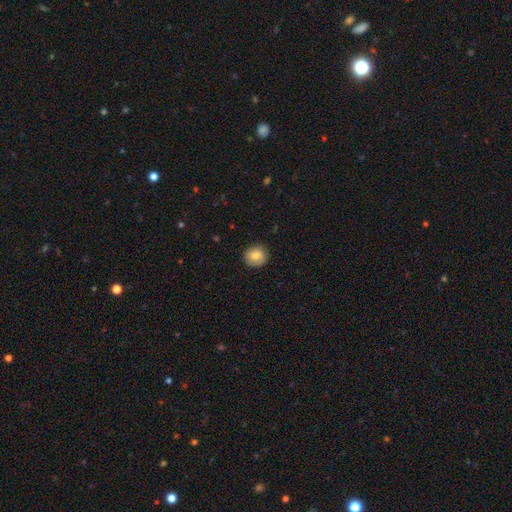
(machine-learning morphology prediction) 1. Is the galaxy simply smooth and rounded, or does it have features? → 81% smooth, 11% featured or disk, 8% star or artifact.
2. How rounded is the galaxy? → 85% round, 14% in between, 1% cigar-shaped.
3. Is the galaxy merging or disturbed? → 86% none, 10% minor disturbance, 2% major disturbance, 1% merger.